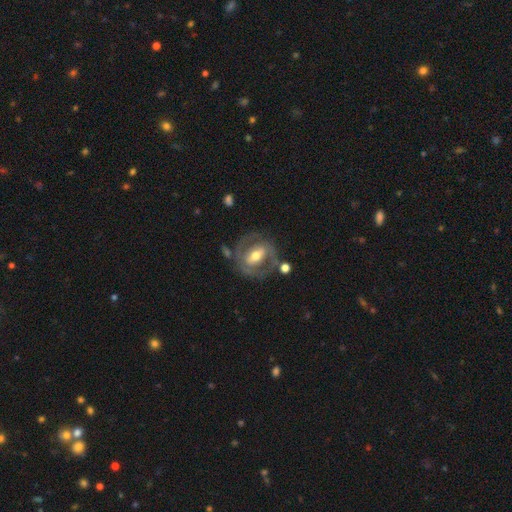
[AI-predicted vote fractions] featured or disk 72%, smooth 22%, star or artifact 6%. Down the decision tree: edge-on disk — no (94%); bar — strong (43%); spiral arms — yes (64%); bulge size — moderate (69%); merging — none (63%).